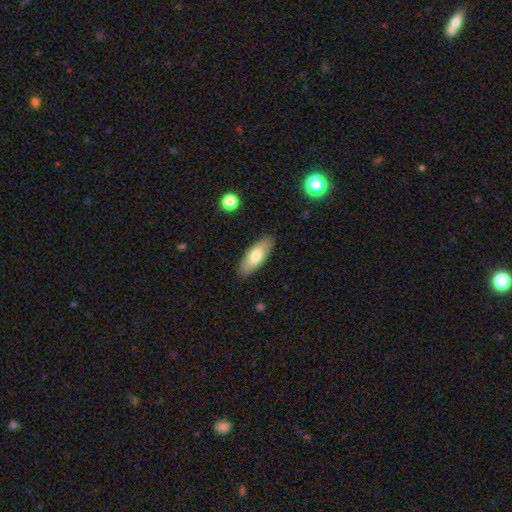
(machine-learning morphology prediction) Q: Smooth or featured?
A: smooth (74%); runner-up: featured or disk (21%)
Q: How rounded?
A: in between (74%); runner-up: cigar-shaped (24%)
Q: Merging?
A: none (88%); runner-up: minor disturbance (9%)